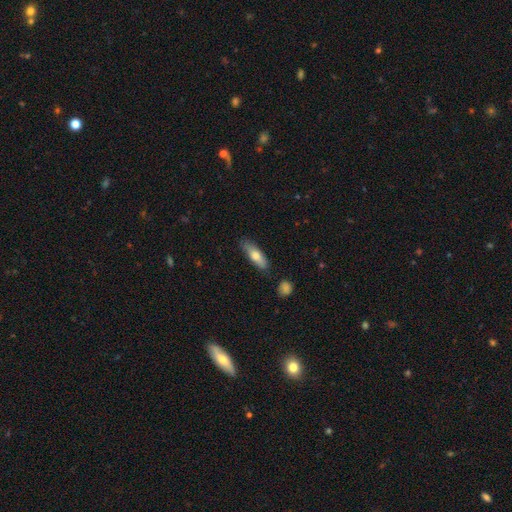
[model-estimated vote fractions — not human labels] A smooth galaxy with no disk features (71%) that is in between round and cigar-shaped (51%). Merging: none (79%).